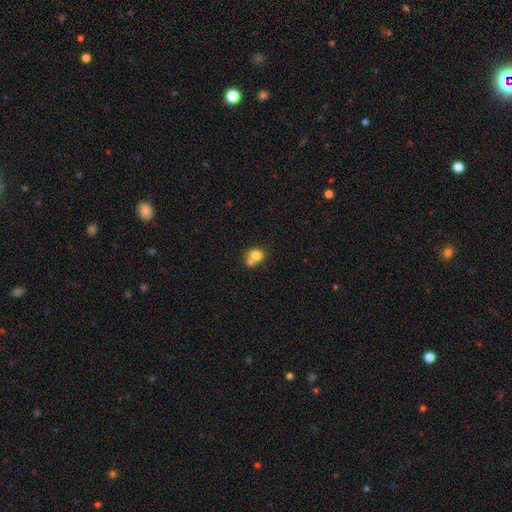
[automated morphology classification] smooth 76%, featured or disk 13%, star or artifact 10%. Down the decision tree: how rounded — round (74%); merging — merger (51%).